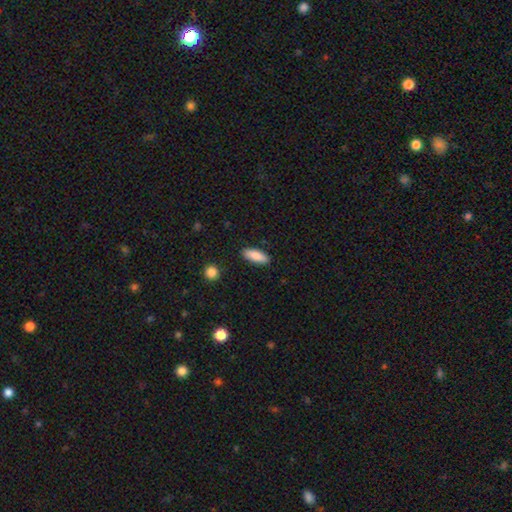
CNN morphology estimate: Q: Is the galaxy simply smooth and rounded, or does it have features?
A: smooth — 86%.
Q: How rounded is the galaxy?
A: in between — 73%.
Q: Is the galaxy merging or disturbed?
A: none — 88%.